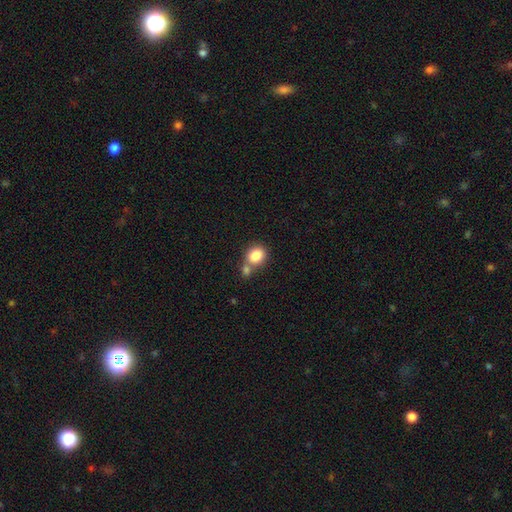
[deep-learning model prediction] Smooth or featured? Predicted: smooth (p=0.84). How rounded? Predicted: round (p=0.57). Merging? Predicted: none (p=0.45).